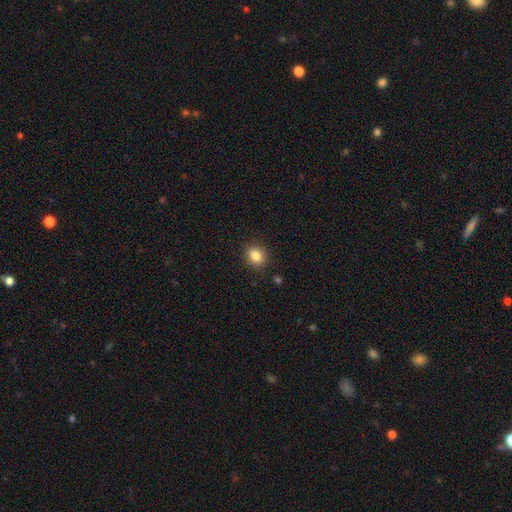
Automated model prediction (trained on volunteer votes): This appears to be a smooth galaxy with no disk features (84%) that is round (55%). Merging: none (89%).